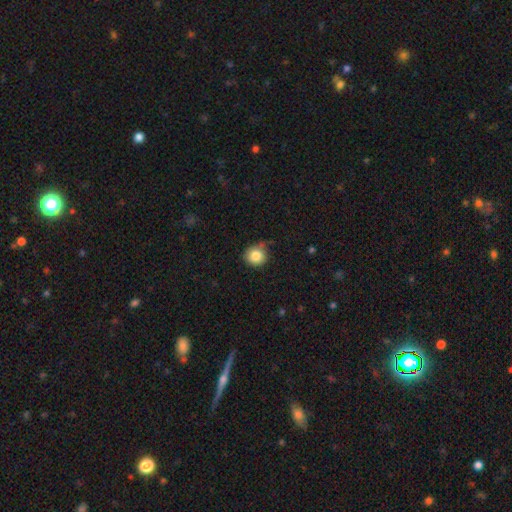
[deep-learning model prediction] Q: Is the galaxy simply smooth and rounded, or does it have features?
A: smooth — 82%.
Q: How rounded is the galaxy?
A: round — 89%.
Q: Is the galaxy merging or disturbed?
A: none — 70%.